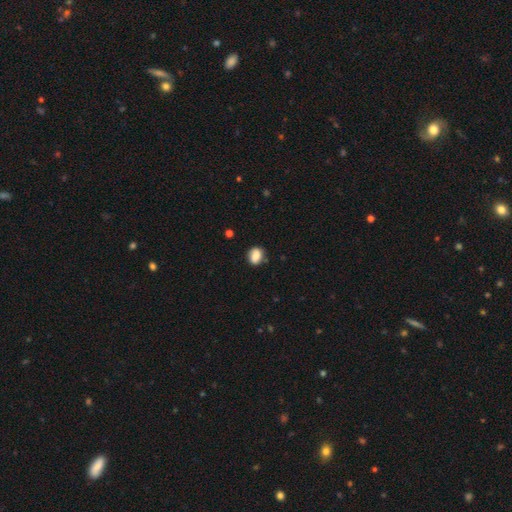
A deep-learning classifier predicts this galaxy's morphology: A smooth galaxy with no disk features (84%) that is in between round and cigar-shaped (55%). Merging: none (78%).